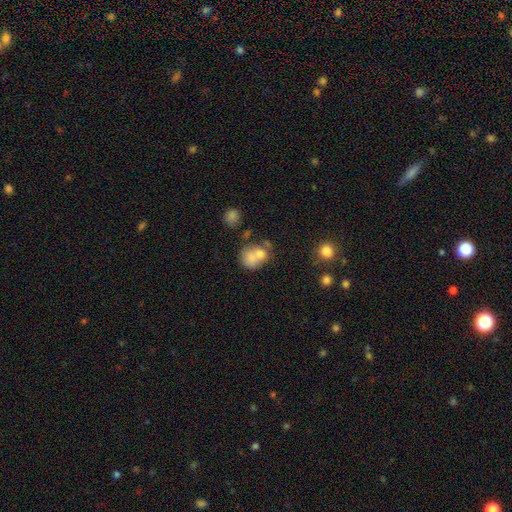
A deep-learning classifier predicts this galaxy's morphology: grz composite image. It shows a smooth galaxy with no disk features (69%) that is round (62%). Merging: merger (51%).